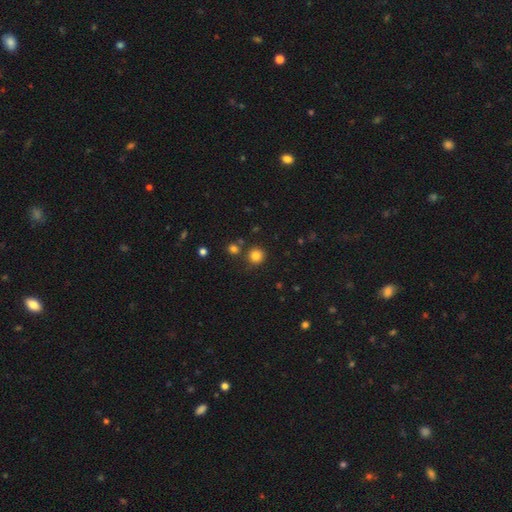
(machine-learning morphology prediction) smooth_or_featured: smooth (p=0.82) [alt: star or artifact p=0.13]
how_rounded: round (p=0.93) [alt: in between p=0.06]
merging: none (p=0.83) [alt: minor disturbance p=0.07]